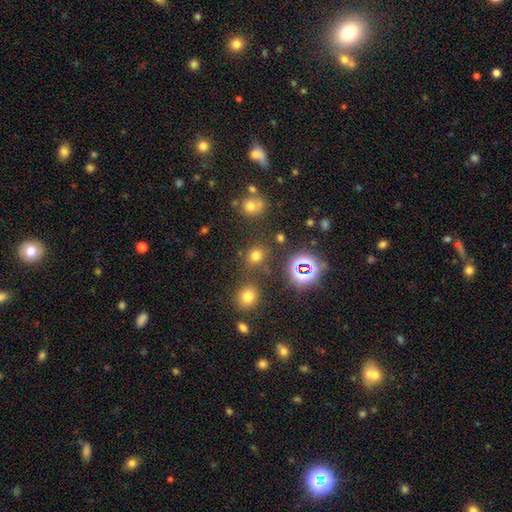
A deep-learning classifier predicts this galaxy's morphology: smooth_or_featured: smooth (p=0.65) [alt: star or artifact p=0.28]
how_rounded: round (p=0.77) [alt: in between p=0.22]
merging: none (p=0.75) [alt: minor disturbance p=0.10]